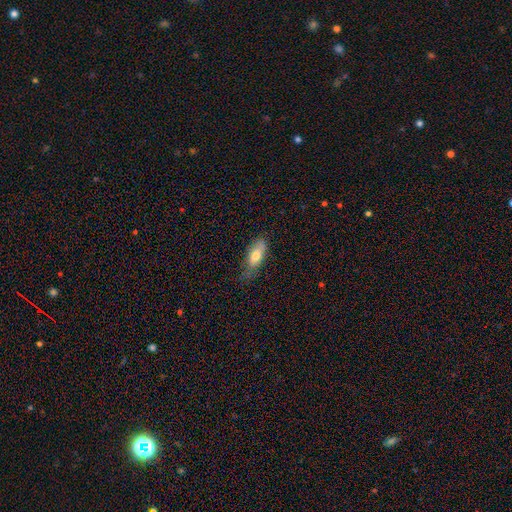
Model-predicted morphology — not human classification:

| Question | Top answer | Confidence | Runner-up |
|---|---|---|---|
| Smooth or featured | smooth | 76% | featured or disk (18%) |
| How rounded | in between | 81% | cigar-shaped (16%) |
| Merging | none | 56% | minor disturbance (33%) |